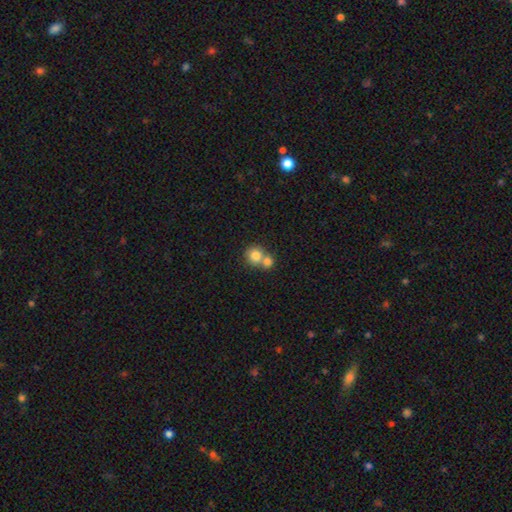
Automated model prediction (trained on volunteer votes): This appears to be a smooth galaxy with no disk features (80%) that is round (87%). Merging: merger (53%).